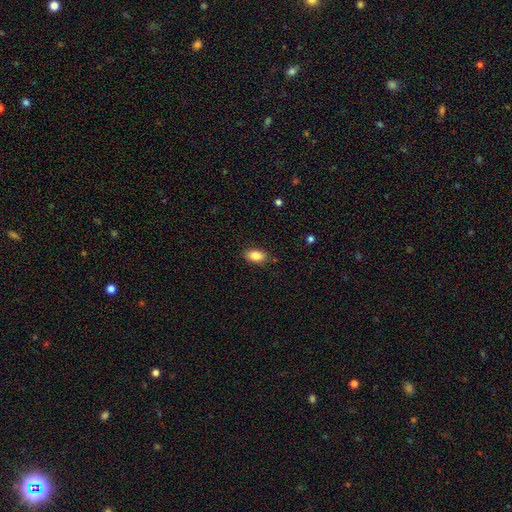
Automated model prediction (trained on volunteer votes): A smooth galaxy with no disk features (85%) that is in between round and cigar-shaped (90%). Merging: none (84%).